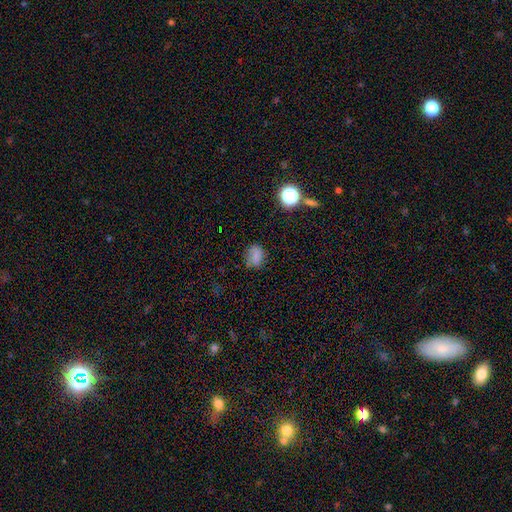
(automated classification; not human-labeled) Smooth or featured: smooth — 75% (star or artifact — 17%)
How rounded: in between — 57% (round — 41%)
Merging: none — 70% (minor disturbance — 22%)